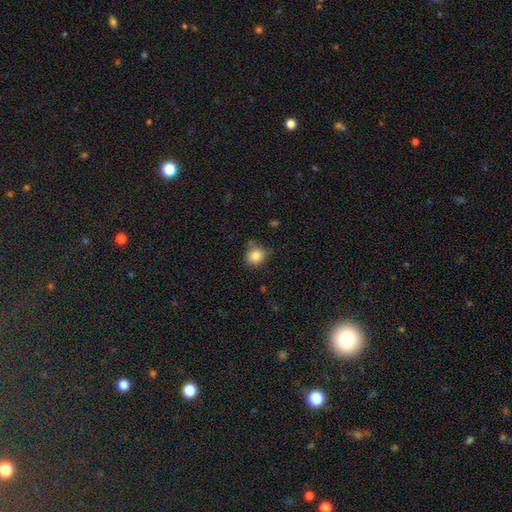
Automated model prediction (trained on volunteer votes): smooth_or_featured: smooth (p=0.85) [alt: star or artifact p=0.10]
how_rounded: round (p=0.79) [alt: in between p=0.21]
merging: none (p=0.76) [alt: minor disturbance p=0.15]